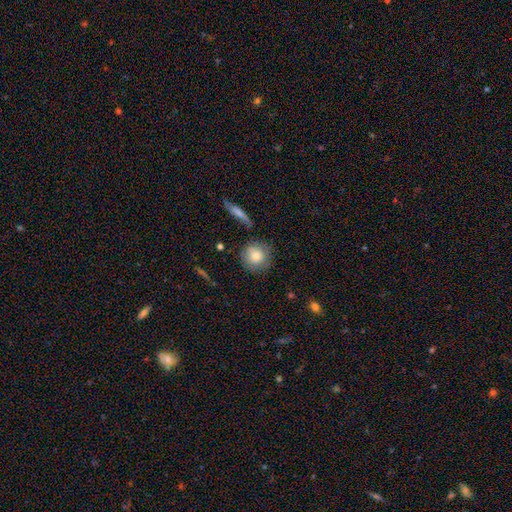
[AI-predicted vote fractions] Smooth or featured: smooth — 80% (featured or disk — 13%)
How rounded: round — 90% (in between — 9%)
Merging: none — 77% (minor disturbance — 15%)